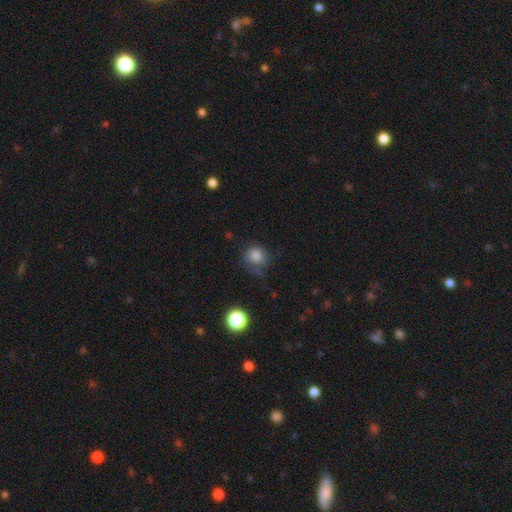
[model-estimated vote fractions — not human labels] smooth 81%, star or artifact 11%, featured or disk 8%. Down the decision tree: how rounded — round (81%); merging — none (56%).